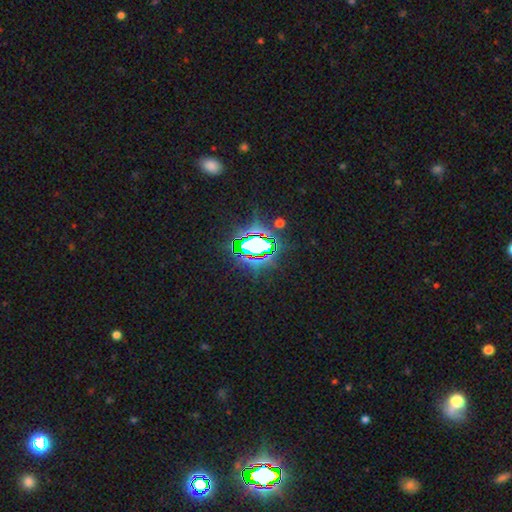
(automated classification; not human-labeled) Overall: star or artifact (81%).